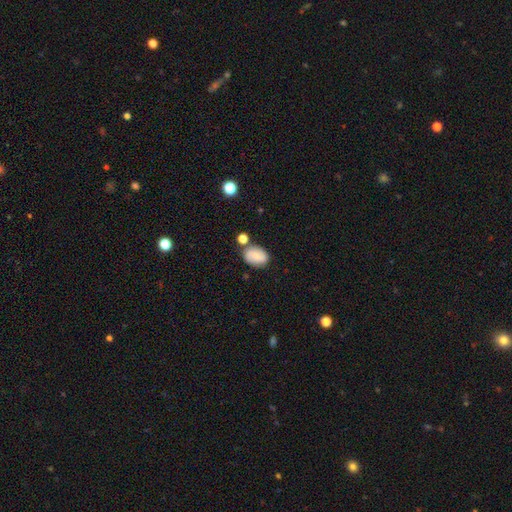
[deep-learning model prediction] smooth-or-featured: smooth: 73% | featured or disk: 19% | star or artifact: 9%
  how-rounded: in between: 80% | round: 19% | cigar-shaped: 1%
  merging: none: 66% | minor disturbance: 17% | merger: 13% | major disturbance: 4%